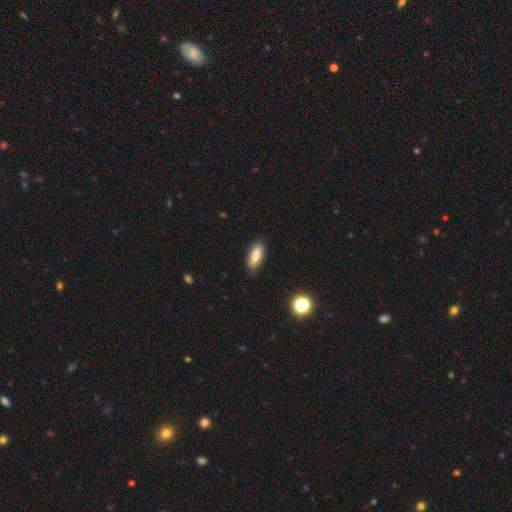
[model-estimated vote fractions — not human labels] A smooth galaxy with no disk features (77%) that is in between round and cigar-shaped (69%). Merging: none (85%).